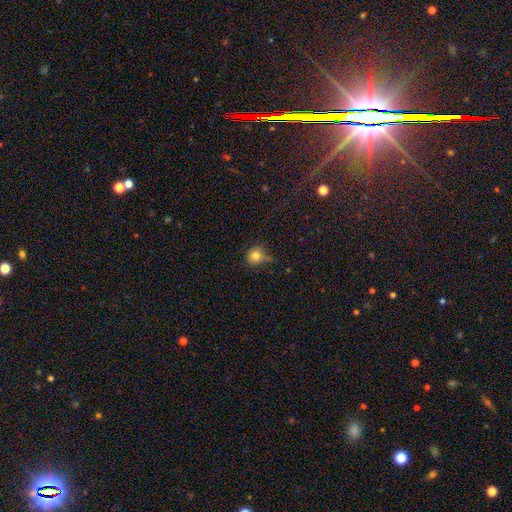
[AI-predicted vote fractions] Smooth or featured? smooth (79%)
How rounded? round (83%)
Merging? none (58%)